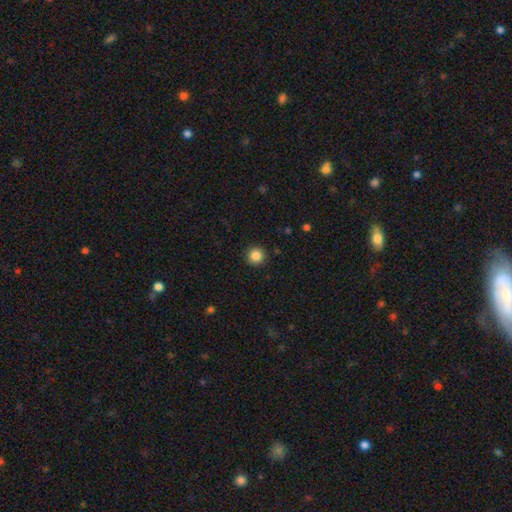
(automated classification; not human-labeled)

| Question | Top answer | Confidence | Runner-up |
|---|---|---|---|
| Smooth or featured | smooth | 86% | star or artifact (10%) |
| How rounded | round | 95% | in between (4%) |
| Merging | none | 92% | minor disturbance (5%) |